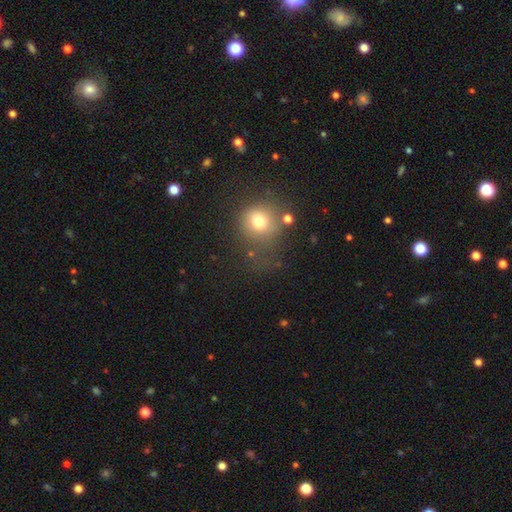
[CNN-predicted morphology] Smooth or featured: smooth — 66% (star or artifact — 22%)
How rounded: round — 84% (in between — 15%)
Merging: none — 62% (minor disturbance — 20%)